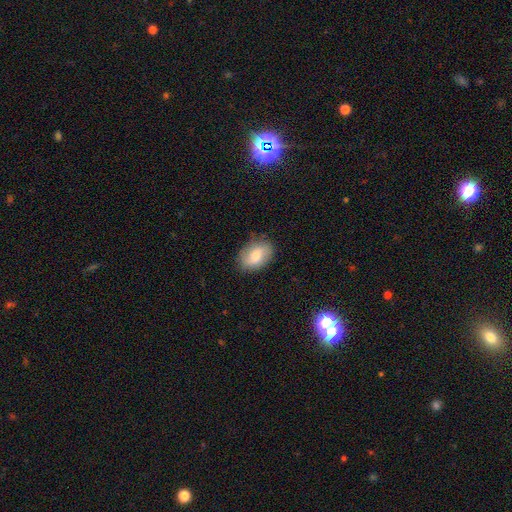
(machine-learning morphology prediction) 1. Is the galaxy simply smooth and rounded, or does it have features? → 65% smooth, 28% featured or disk, 7% star or artifact.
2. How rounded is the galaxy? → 82% in between, 16% round, 2% cigar-shaped.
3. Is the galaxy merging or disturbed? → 81% none, 14% minor disturbance, 3% major disturbance, 1% merger.